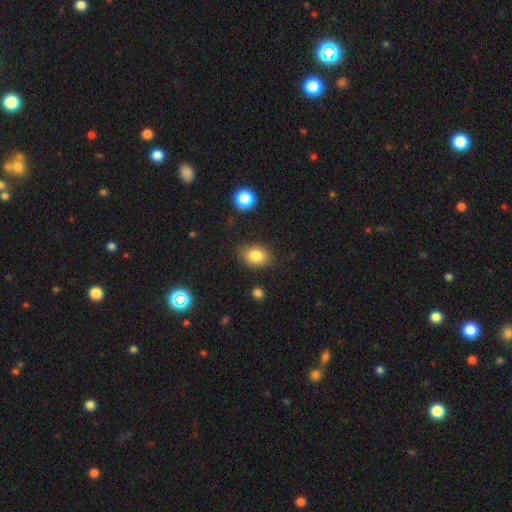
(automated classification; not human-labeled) A smooth galaxy with no disk features (82%) that is in between round and cigar-shaped (69%).

Vote fractions:
- Smooth or featured? smooth: 82% / star or artifact: 10% / featured or disk: 8%
- How rounded? in between: 69% / round: 30% / cigar-shaped: 1%
- Merging? none: 81% / minor disturbance: 14% / major disturbance: 3% / merger: 2%